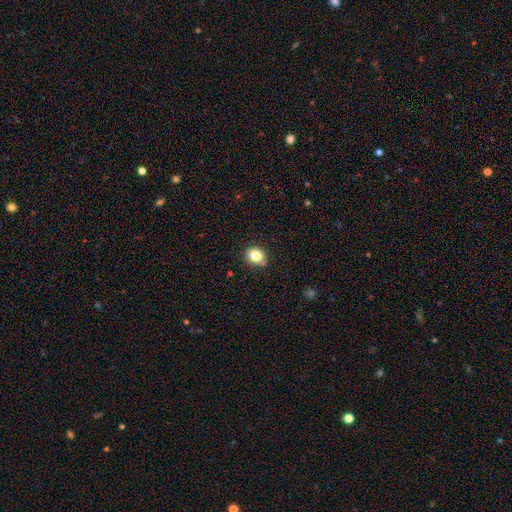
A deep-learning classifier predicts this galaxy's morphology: A smooth galaxy with no disk features (83%) that is round (68%).

Vote fractions:
- Smooth or featured? smooth: 83% / star or artifact: 11% / featured or disk: 7%
- How rounded? round: 68% / in between: 31% / cigar-shaped: 1%
- Merging? none: 79% / minor disturbance: 15% / merger: 3% / major disturbance: 3%